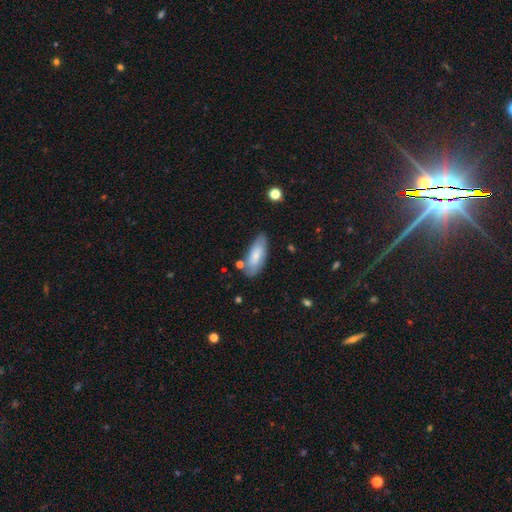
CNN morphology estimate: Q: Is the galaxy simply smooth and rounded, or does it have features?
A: smooth — 76%.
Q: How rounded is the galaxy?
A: in between — 77%.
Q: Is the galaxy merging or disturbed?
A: none — 74%.